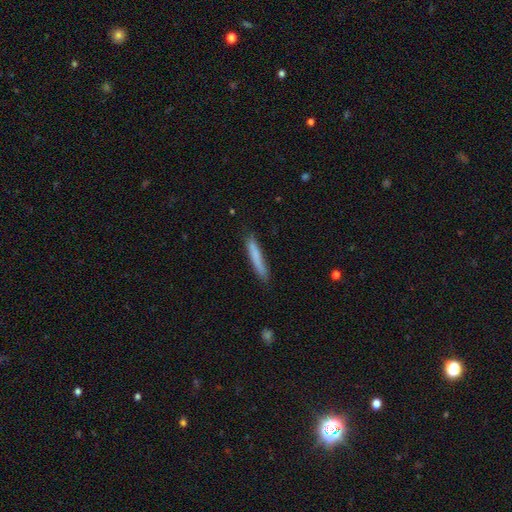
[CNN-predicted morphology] Smooth or featured: smooth — 76% (featured or disk — 18%)
How rounded: cigar-shaped — 95% (in between — 4%)
Merging: none — 81% (minor disturbance — 15%)